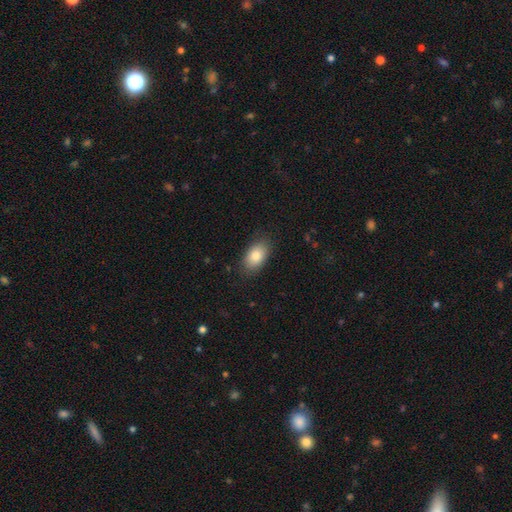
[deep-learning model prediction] Morphology: type=smooth (83%); roundness=in between (92%); merging=none (84%).